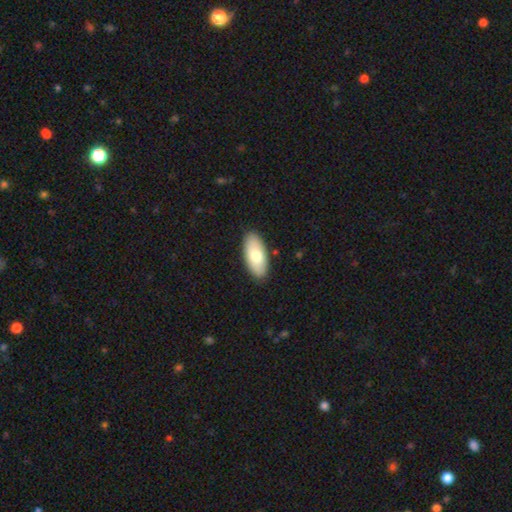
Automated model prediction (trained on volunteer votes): smooth_or_featured: smooth (p=0.75) [alt: featured or disk p=0.20]
how_rounded: in between (p=0.91) [alt: cigar-shaped p=0.07]
merging: none (p=0.88) [alt: minor disturbance p=0.09]